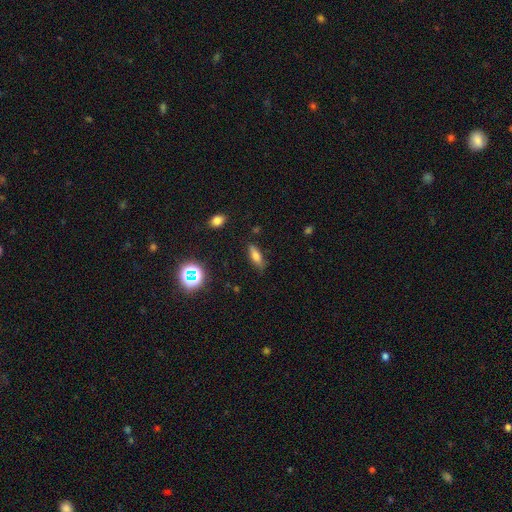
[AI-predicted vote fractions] Smooth or featured? Predicted: smooth (p=0.64). How rounded? Predicted: in between (p=0.53). Merging? Predicted: none (p=0.82).